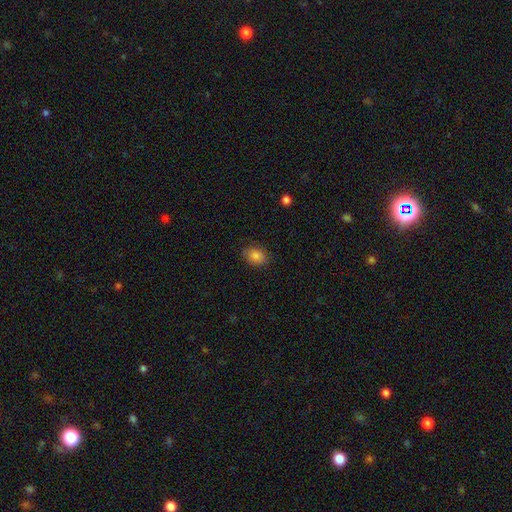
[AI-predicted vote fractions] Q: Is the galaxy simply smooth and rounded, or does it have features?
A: smooth — 85%.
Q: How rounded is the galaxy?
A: in between — 74%.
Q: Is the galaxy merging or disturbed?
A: none — 84%.